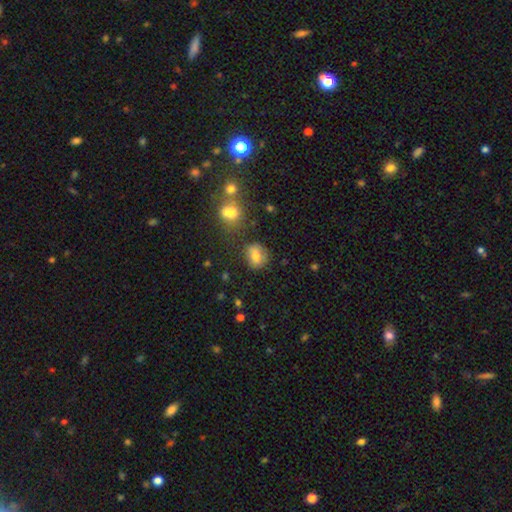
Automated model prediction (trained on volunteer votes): smooth-or-featured: smooth: 75% | featured or disk: 13% | star or artifact: 11%
  how-rounded: in between: 52% | round: 47% | cigar-shaped: 2%
  merging: none: 65% | minor disturbance: 20% | merger: 7% | major disturbance: 7%